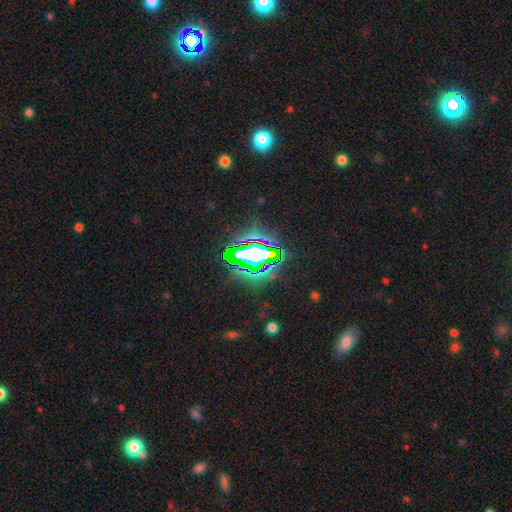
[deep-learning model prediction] star or artifact 71%, smooth 16%, featured or disk 13%.